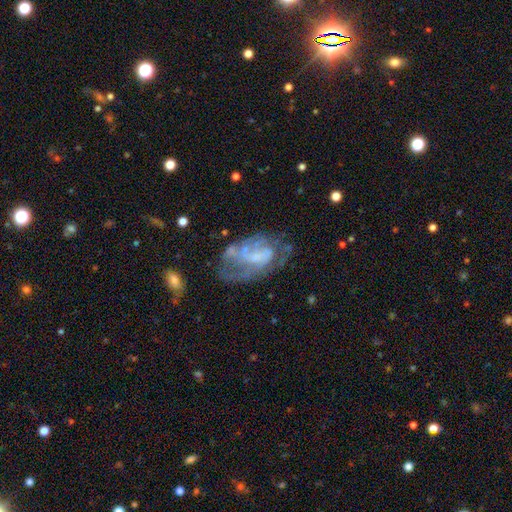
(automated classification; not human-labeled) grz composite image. It shows a featured or disk galaxy (69%) with no bar (60%), spiral arms (62%) and no central bulge (43%). Merging: none (43%).